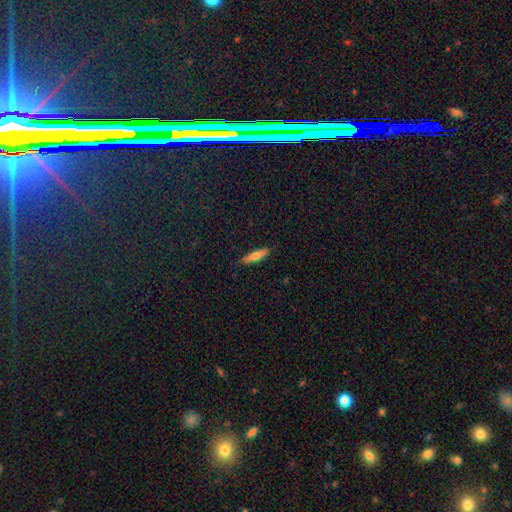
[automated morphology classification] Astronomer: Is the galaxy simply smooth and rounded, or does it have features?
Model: smooth — 67%.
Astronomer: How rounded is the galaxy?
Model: cigar-shaped — 75%.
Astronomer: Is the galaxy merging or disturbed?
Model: none — 86%.